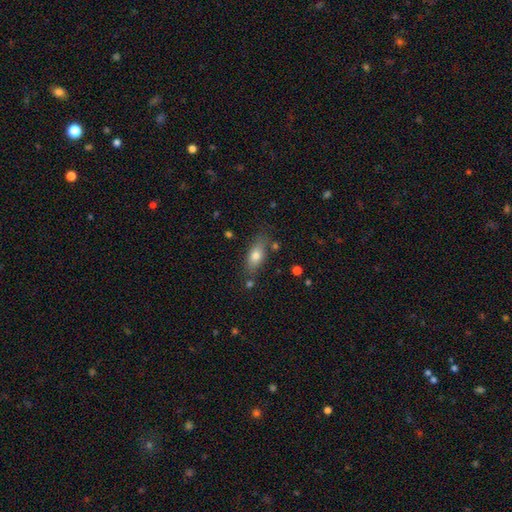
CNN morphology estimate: The model was most divided on "smooth or featured": smooth: 74%, featured or disk: 18%, star or artifact: 8%. More confident: how rounded — in between (79%); merging — none (73%).